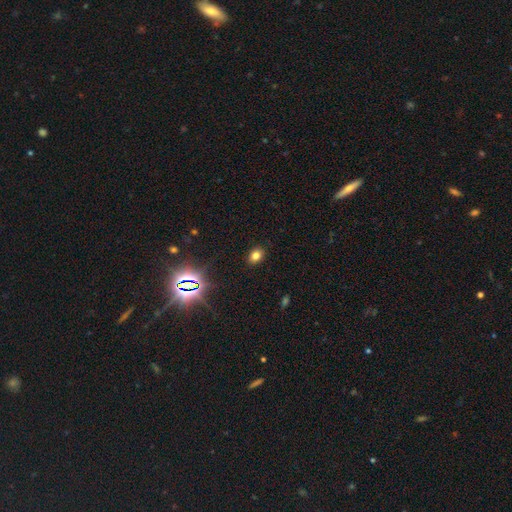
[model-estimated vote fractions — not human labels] Morphology: type=smooth (76%); roundness=in between (71%); merging=none (89%).